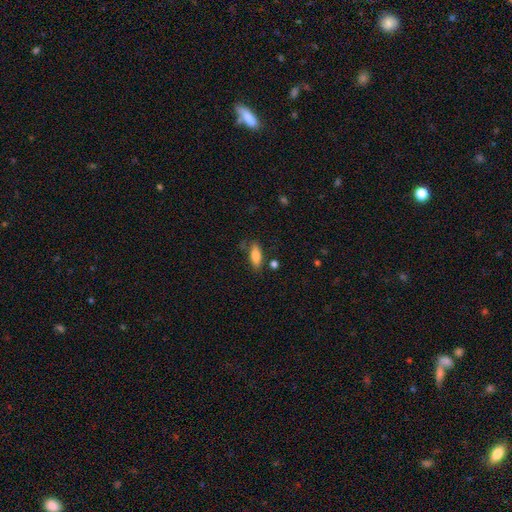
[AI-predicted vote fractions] Smooth or featured? Predicted: smooth (p=0.80). How rounded? Predicted: in between (p=0.71). Merging? Predicted: none (p=0.73).